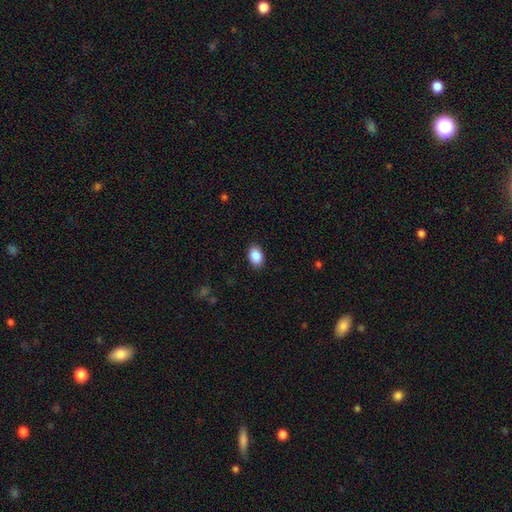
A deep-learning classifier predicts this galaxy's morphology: Overall: smooth (89%). How rounded: in between (84%). Merging: none (88%).